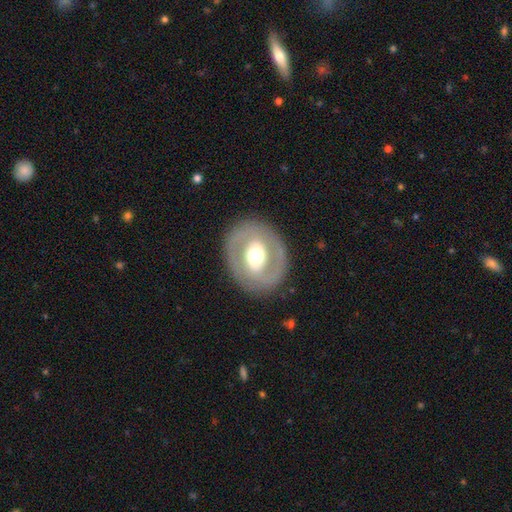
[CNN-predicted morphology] Smooth or featured?
  - featured or disk: 62% *
  - smooth: 32%
  - star or artifact: 6%
Edge-on disk?
  - no: 95% *
  - yes: 5%
Bar?
  - no: 41% *
  - weak: 32%
  - strong: 27%
Spiral arms?
  - no: 65% *
  - yes: 35%
Bulge size?
  - moderate: 58% *
  - large: 31%
  - small: 6%
  - dominant: 4%
  - none: 1%
Merging?
  - none: 84% *
  - minor disturbance: 9%
  - major disturbance: 6%
  - merger: 1%